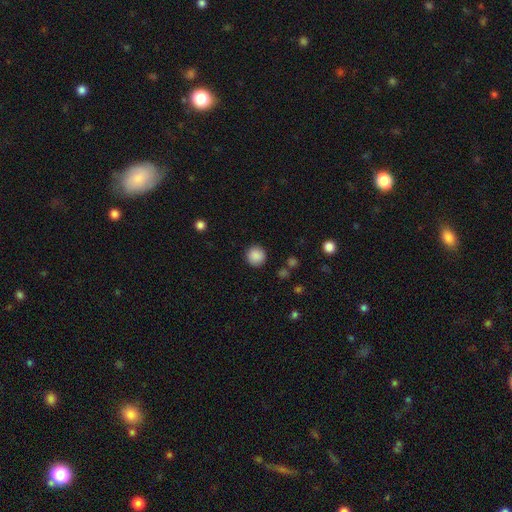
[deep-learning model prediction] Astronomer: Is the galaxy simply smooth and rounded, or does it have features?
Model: smooth — 87%.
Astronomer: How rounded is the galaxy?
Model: round — 94%.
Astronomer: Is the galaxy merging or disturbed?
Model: none — 90%.